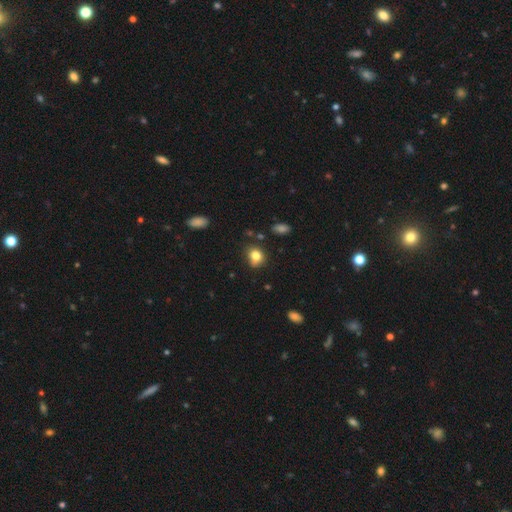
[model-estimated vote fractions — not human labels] smooth 80%, star or artifact 11%, featured or disk 9%. Down the decision tree: how rounded — round (61%); merging — none (63%).